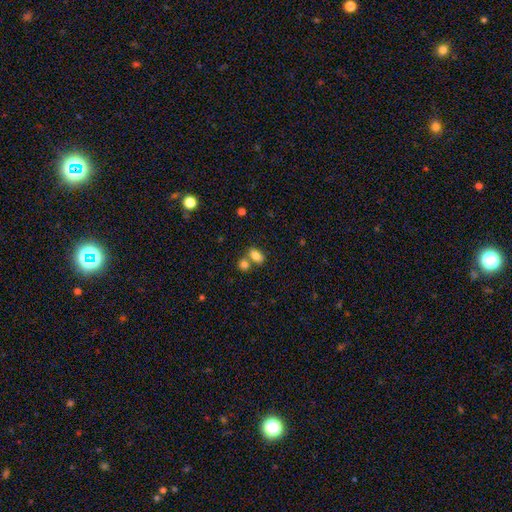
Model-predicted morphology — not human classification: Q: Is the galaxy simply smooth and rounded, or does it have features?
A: smooth — 82%.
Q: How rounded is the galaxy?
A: in between — 83%.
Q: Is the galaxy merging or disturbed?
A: none — 51%.